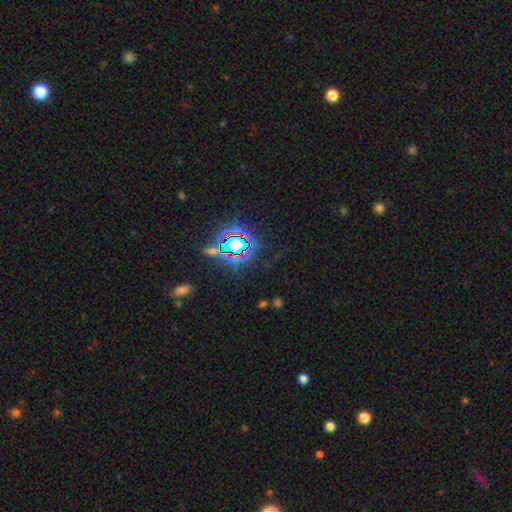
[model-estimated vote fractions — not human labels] Smooth or featured? Predicted: star or artifact (p=0.80).